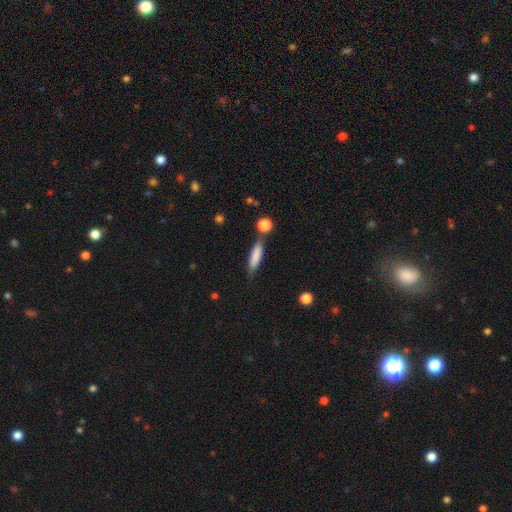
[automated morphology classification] type=smooth (80%); roundness=cigar-shaped (71%); merging=none (69%).